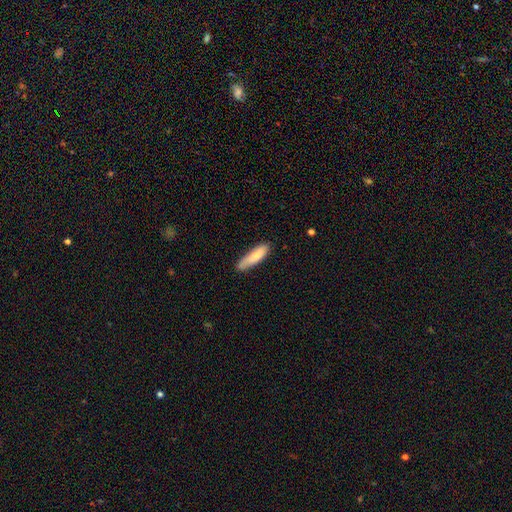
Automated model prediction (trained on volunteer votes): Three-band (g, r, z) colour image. It shows a smooth galaxy with no disk features (82%) that is cigar-shaped (72%). Merging: none (74%).